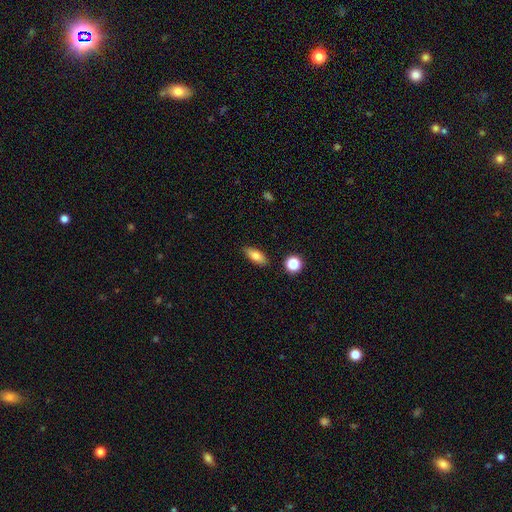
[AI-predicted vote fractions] Smooth or featured: smooth — 79% (featured or disk — 13%)
How rounded: in between — 76% (cigar-shaped — 20%)
Merging: none — 87% (minor disturbance — 9%)